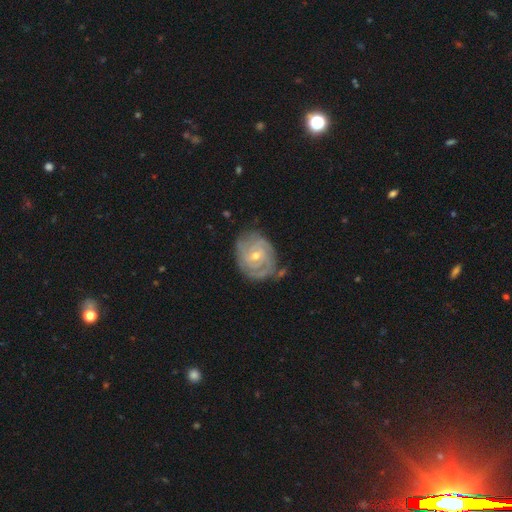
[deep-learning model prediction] This appears to be a featured or disk galaxy (87%) with no bar (48%), 2 (28%) tight (75%) spiral arms (96%) and a small central bulge (54%). Merging: none (70%).